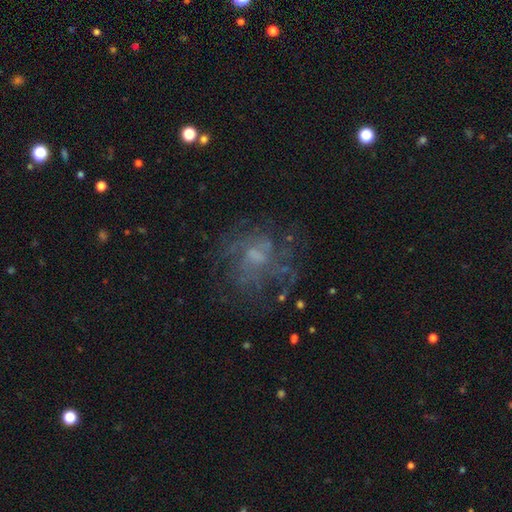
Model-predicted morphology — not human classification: A featured or disk galaxy (62%) with no bar (66%), no spiral arms (51%) and a small central bulge (37%).

Vote fractions:
- Smooth or featured? featured or disk: 62% / smooth: 21% / star or artifact: 17%
- Edge-on disk? no: 98% / yes: 2%
- Bar? no: 66% / weak: 30% / strong: 4%
- Spiral arms? no: 51% / yes: 49%
- Bulge size? small: 37% / moderate: 31% / none: 27% / large: 4% / dominant: 1%
- Merging? none: 58% / major disturbance: 23% / minor disturbance: 16% / merger: 3%